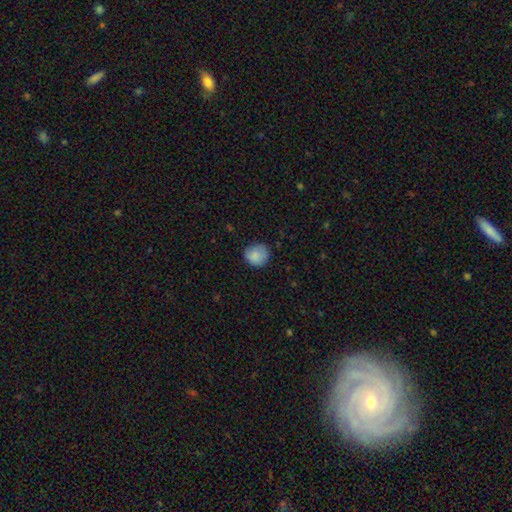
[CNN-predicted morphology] Q: Smooth or featured?
A: smooth (87%); runner-up: star or artifact (8%)
Q: How rounded?
A: round (85%); runner-up: in between (14%)
Q: Merging?
A: none (76%); runner-up: minor disturbance (19%)